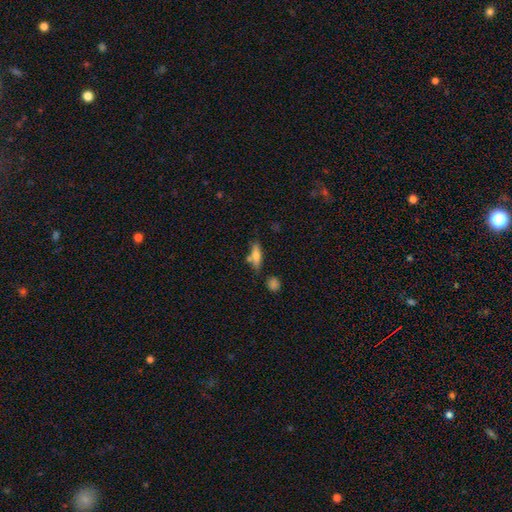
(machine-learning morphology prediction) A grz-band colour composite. It shows a smooth galaxy with no disk features (66%) that is cigar-shaped (52%). Merging: none (68%).